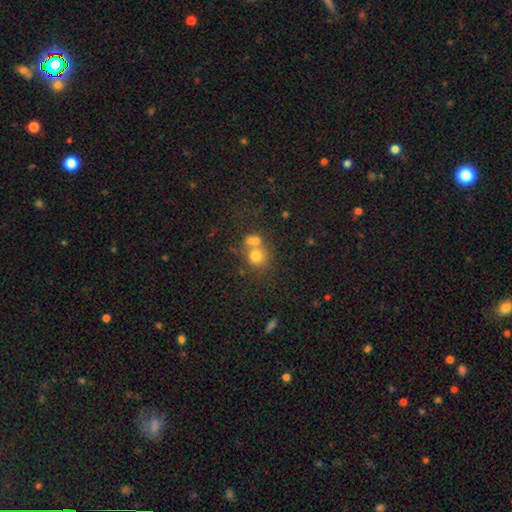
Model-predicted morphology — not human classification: A smooth galaxy with no disk features (70%) that is round (80%). Merging: merger (49%).